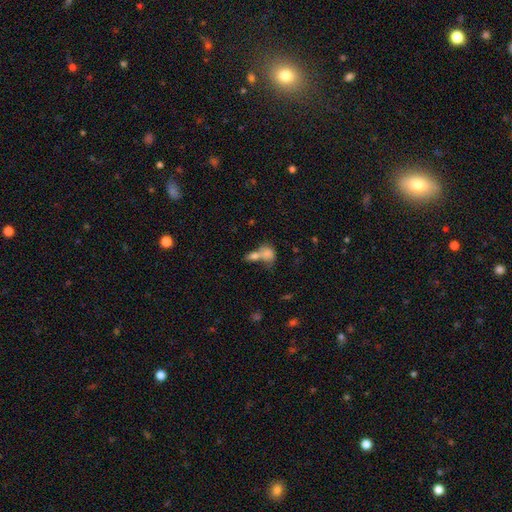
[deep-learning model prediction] smooth 74%, featured or disk 14%, star or artifact 11%. Down the decision tree: how rounded — in between (70%); merging — merger (65%).